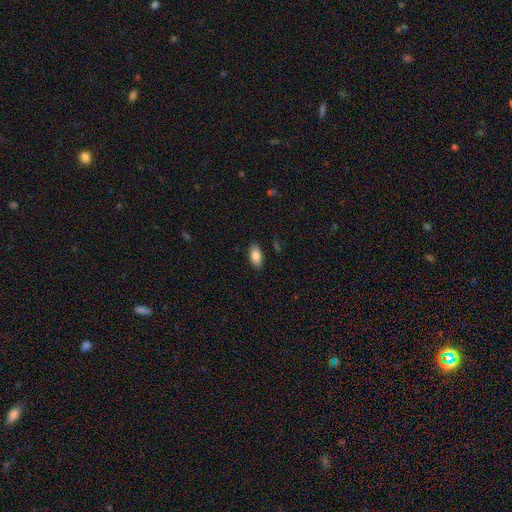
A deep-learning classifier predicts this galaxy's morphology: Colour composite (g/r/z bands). It shows a smooth galaxy with no disk features (85%) that is in between round and cigar-shaped (90%). Merging: none (88%).